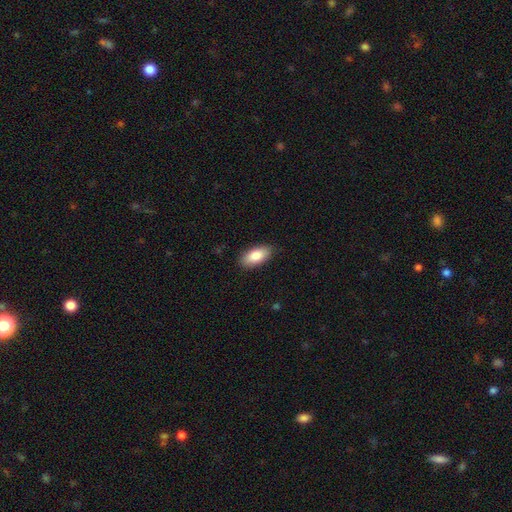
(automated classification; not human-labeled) smooth_or_featured: smooth (p=0.85) [alt: featured or disk p=0.09]
how_rounded: in between (p=0.90) [alt: cigar-shaped p=0.08]
merging: none (p=0.88) [alt: minor disturbance p=0.09]